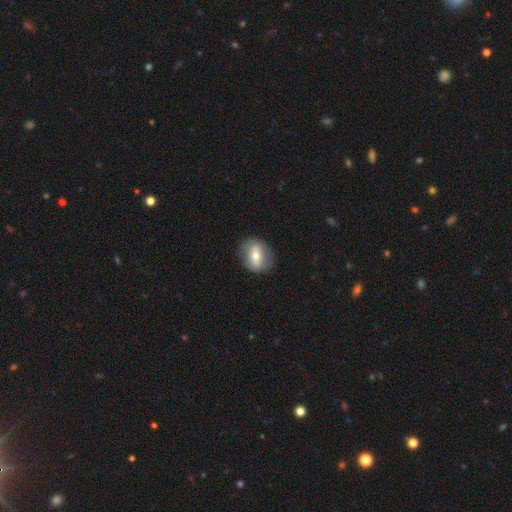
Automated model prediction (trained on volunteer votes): This appears to be a smooth galaxy with no disk features (58%) that is round (50%). Merging: none (82%).